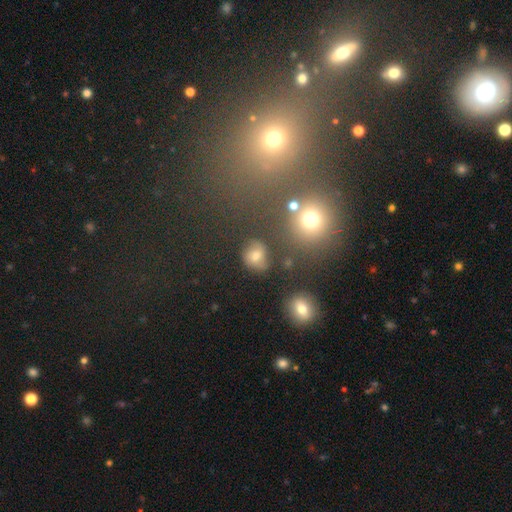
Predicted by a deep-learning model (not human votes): A smooth galaxy with no disk features (57%) that is round (70%). Merging: none (72%).